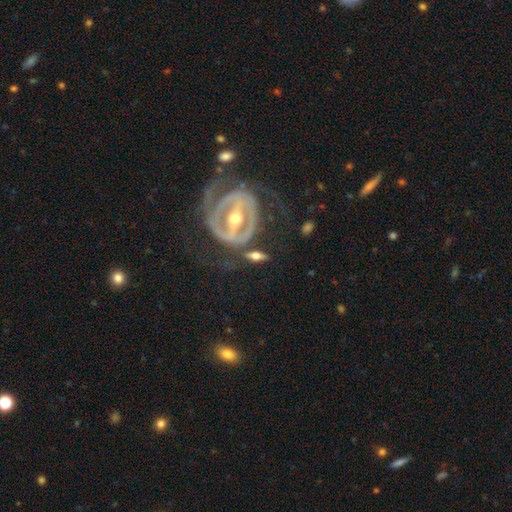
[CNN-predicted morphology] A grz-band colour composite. It shows a featured or disk galaxy (64%). Merging: none (62%).